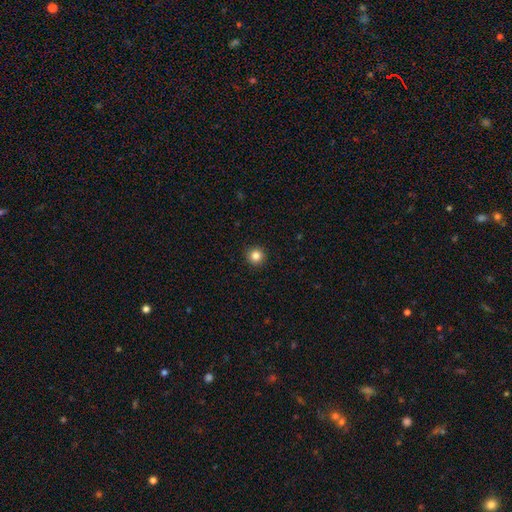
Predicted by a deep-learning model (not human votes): A smooth galaxy with no disk features (83%) that is round (95%).

Vote fractions:
- Smooth or featured? smooth: 83% / star or artifact: 11% / featured or disk: 5%
- How rounded? round: 95% / in between: 4% / cigar-shaped: 1%
- Merging? none: 93% / minor disturbance: 5% / major disturbance: 2% / merger: 1%